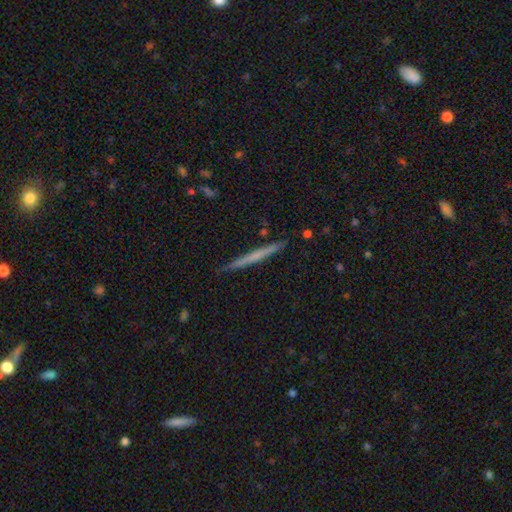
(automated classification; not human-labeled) Morphology: type=featured or disk (50%); edge-on=yes (98%); merging=none (90%).